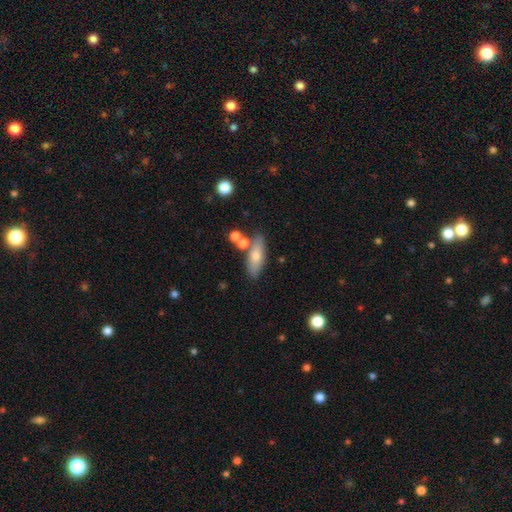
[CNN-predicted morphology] Q: Smooth or featured?
A: smooth (65%); runner-up: featured or disk (27%)
Q: How rounded?
A: in between (61%); runner-up: cigar-shaped (35%)
Q: Merging?
A: none (72%); runner-up: minor disturbance (13%)